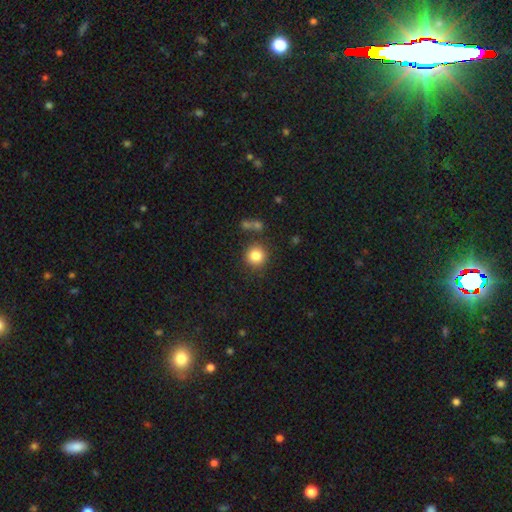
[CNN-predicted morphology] Q: Smooth or featured?
A: smooth (83%); runner-up: star or artifact (10%)
Q: How rounded?
A: round (93%); runner-up: in between (6%)
Q: Merging?
A: none (83%); runner-up: minor disturbance (8%)